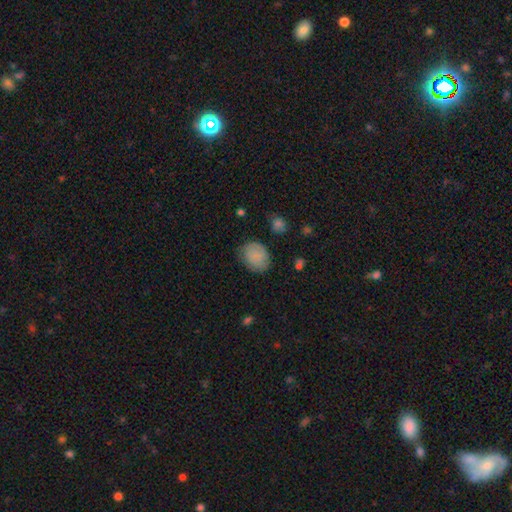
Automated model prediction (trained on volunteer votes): smooth 83%, featured or disk 9%, star or artifact 8%. Down the decision tree: how rounded — in between (55%); merging — none (74%).